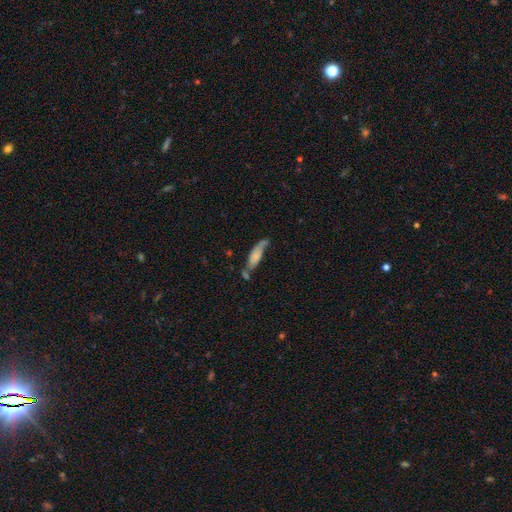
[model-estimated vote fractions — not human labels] smooth-or-featured: smooth: 65% | featured or disk: 28% | star or artifact: 7%
  how-rounded: cigar-shaped: 59% | in between: 39% | round: 2%
  merging: none: 42% | minor disturbance: 25% | merger: 22% | major disturbance: 11%